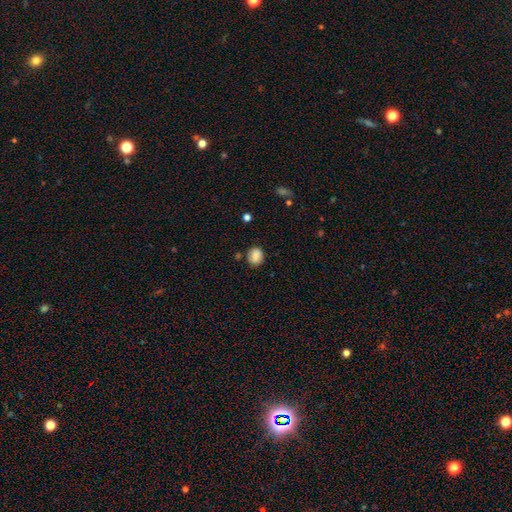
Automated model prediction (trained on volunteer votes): This appears to be a smooth galaxy with no disk features (85%) that is round (63%). Merging: none (78%).